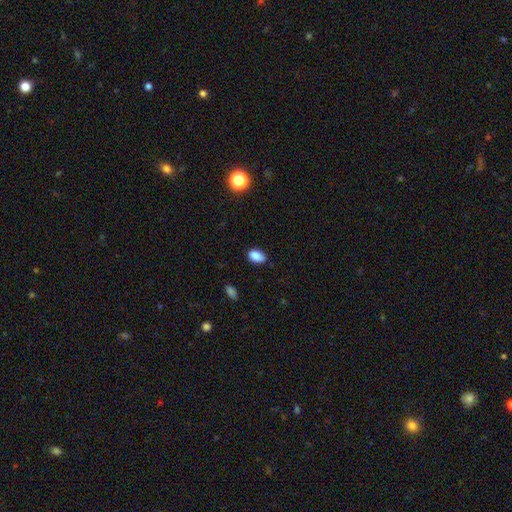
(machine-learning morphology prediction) smooth_or_featured: smooth (p=0.87) [alt: star or artifact p=0.09]
how_rounded: in between (p=0.89) [alt: round p=0.08]
merging: none (p=0.79) [alt: minor disturbance p=0.17]